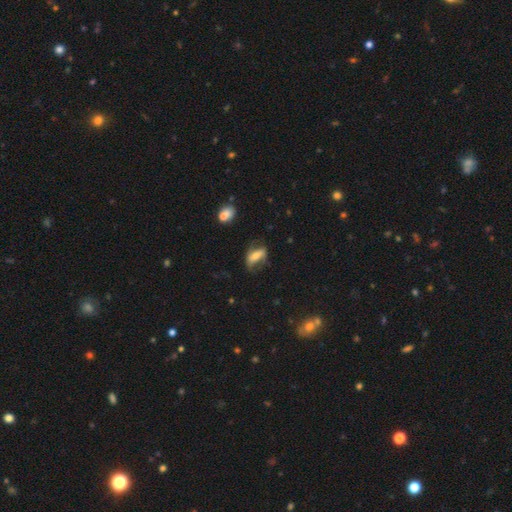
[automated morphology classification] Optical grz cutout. It shows a smooth galaxy with no disk features (50%). Merging: none (47%).